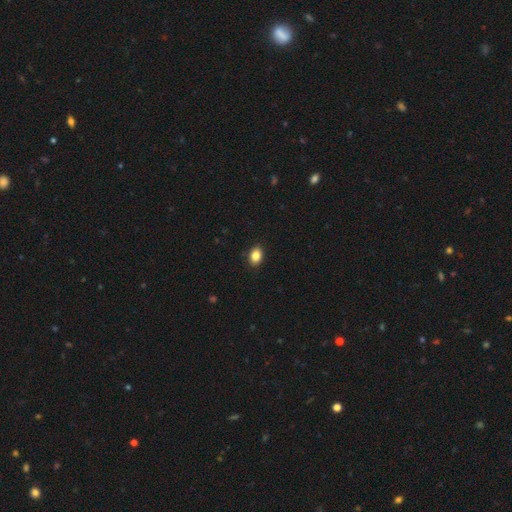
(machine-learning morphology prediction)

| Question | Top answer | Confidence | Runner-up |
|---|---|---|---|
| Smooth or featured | smooth | 86% | star or artifact (9%) |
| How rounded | in between | 73% | round (26%) |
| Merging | none | 90% | minor disturbance (8%) |